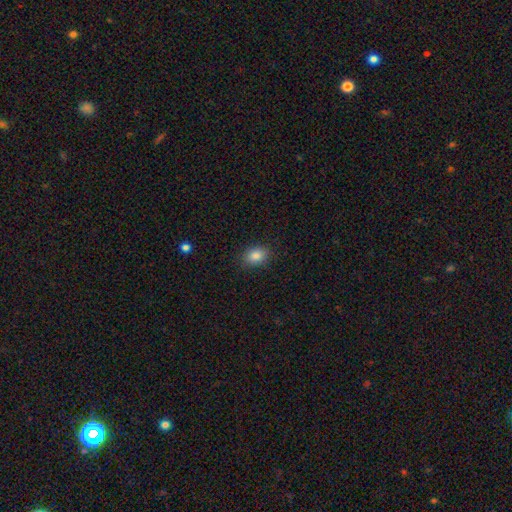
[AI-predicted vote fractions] The model was most divided on "how rounded": in between: 73%, round: 26%, cigar-shaped: 1%. More confident: smooth or featured — smooth (85%); merging — none (85%).